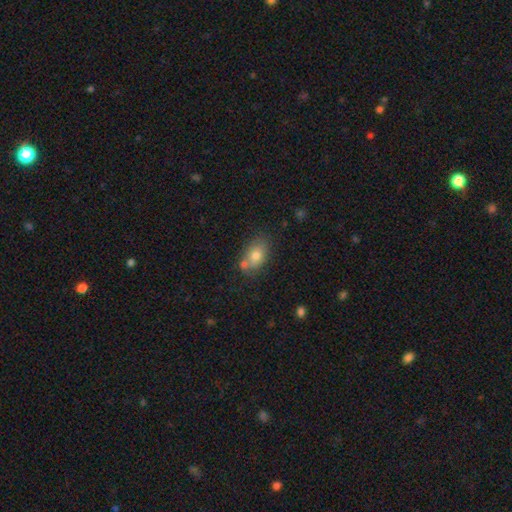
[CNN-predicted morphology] smooth 76%, featured or disk 16%, star or artifact 9%. Down the decision tree: how rounded — in between (85%); merging — none (62%).